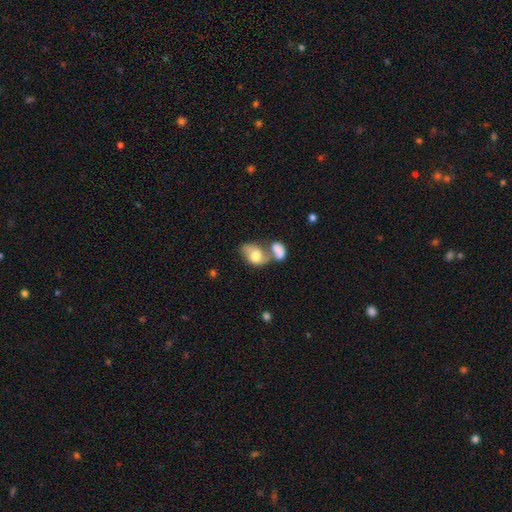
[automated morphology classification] This is likely a smooth galaxy (66%). How rounded: clearly in between (84%). Merging: possibly merger (54%).